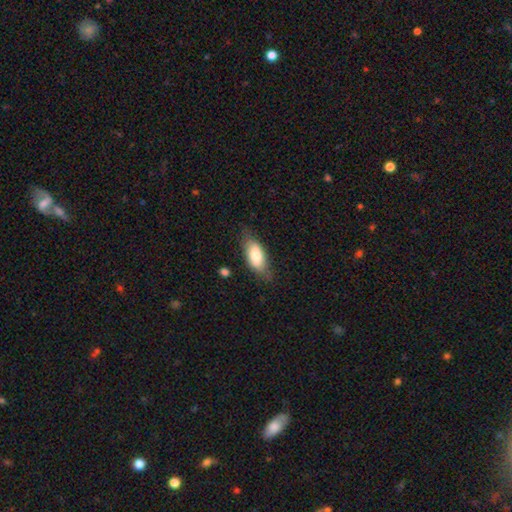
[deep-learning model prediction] Smooth or featured: smooth — 74% (featured or disk — 19%)
How rounded: in between — 85% (cigar-shaped — 13%)
Merging: none — 67% (minor disturbance — 24%)